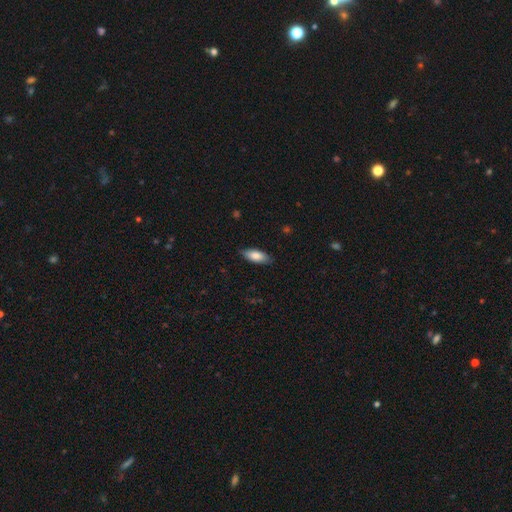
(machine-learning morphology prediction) smooth_or_featured: smooth (p=0.82) [alt: featured or disk p=0.12]
how_rounded: in between (p=0.80) [alt: cigar-shaped p=0.18]
merging: none (p=0.85) [alt: minor disturbance p=0.12]